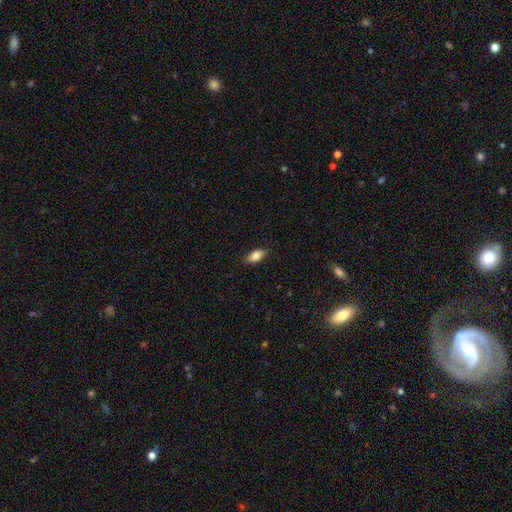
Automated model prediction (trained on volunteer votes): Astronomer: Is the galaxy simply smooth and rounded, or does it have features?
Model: smooth — 84%.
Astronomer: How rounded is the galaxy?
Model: in between — 90%.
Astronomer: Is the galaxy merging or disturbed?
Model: none — 86%.